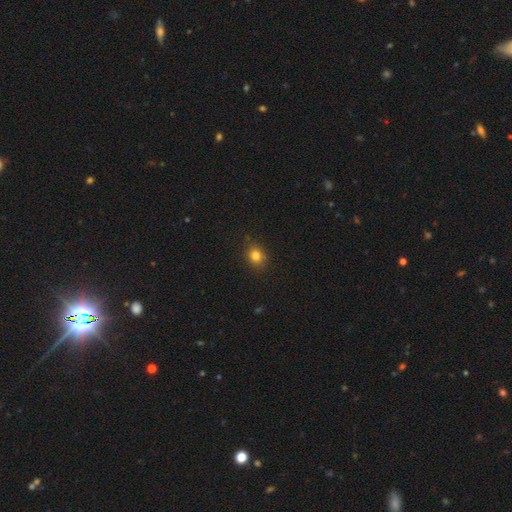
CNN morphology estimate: The model was most divided on "how rounded": round: 63%, in between: 36%, cigar-shaped: 1%. More confident: merging — none (86%); smooth or featured — smooth (81%).